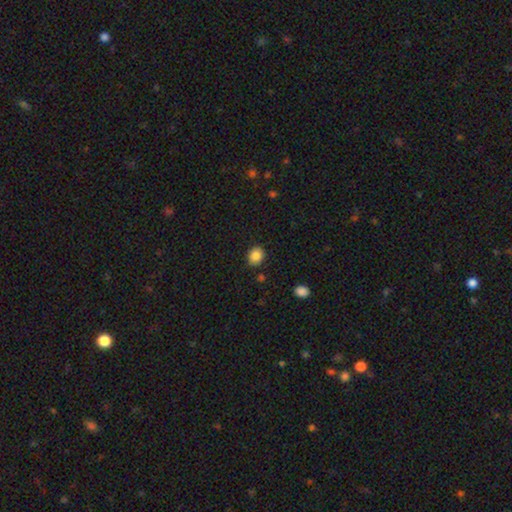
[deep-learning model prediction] Morphology: type=smooth (86%); roundness=round (60%); merging=none (86%).